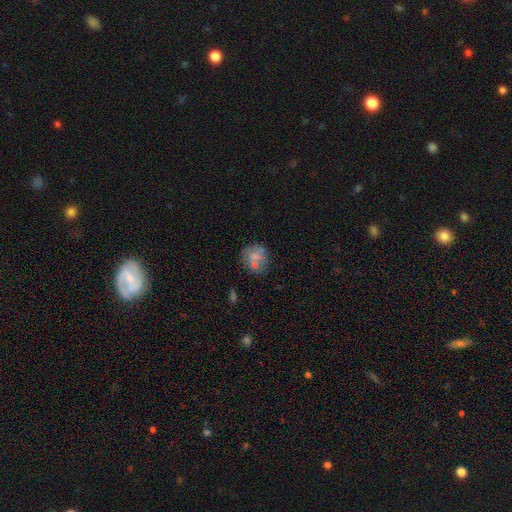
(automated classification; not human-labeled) Q: Smooth or featured?
A: smooth (58%); runner-up: featured or disk (27%)
Q: How rounded?
A: round (79%); runner-up: in between (20%)
Q: Merging?
A: none (60%); runner-up: minor disturbance (18%)